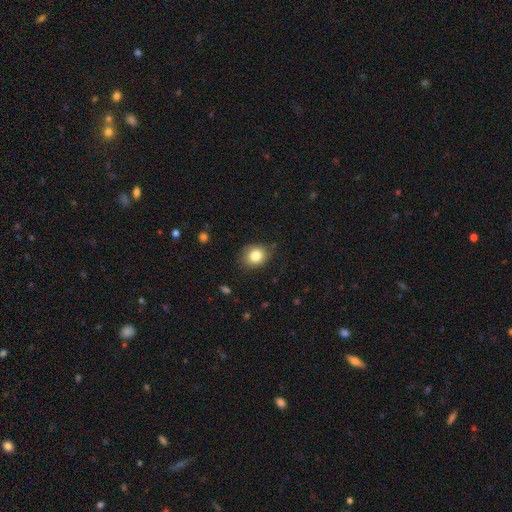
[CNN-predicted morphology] smooth_or_featured: smooth (p=0.82) [alt: star or artifact p=0.10]
how_rounded: round (p=0.64) [alt: in between p=0.36]
merging: none (p=0.76) [alt: minor disturbance p=0.19]